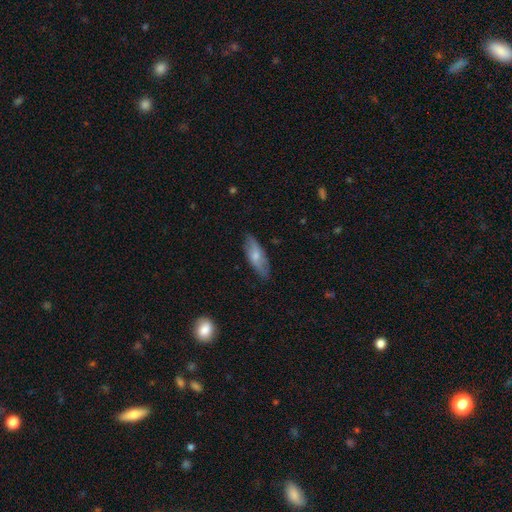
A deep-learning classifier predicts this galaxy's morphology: Overall: smooth (63%; featured or disk 31%). How rounded: in between (68%; cigar-shaped 30%). Merging: none (80%).